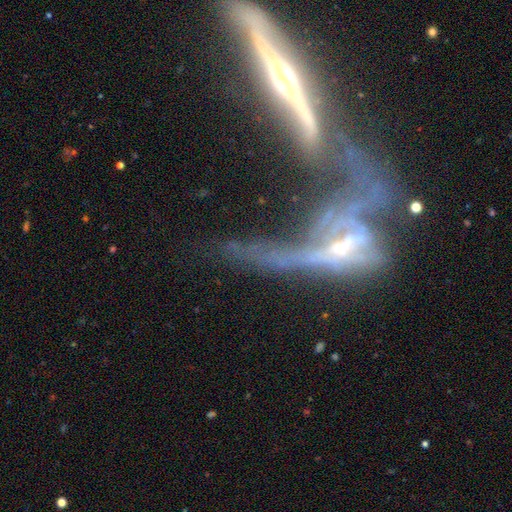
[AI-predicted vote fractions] Q: Smooth or featured?
A: featured or disk (65%); runner-up: star or artifact (19%)
Q: Edge-on disk?
A: yes (54%); runner-up: no (46%)
Q: Merging?
A: merger (51%); runner-up: major disturbance (23%)